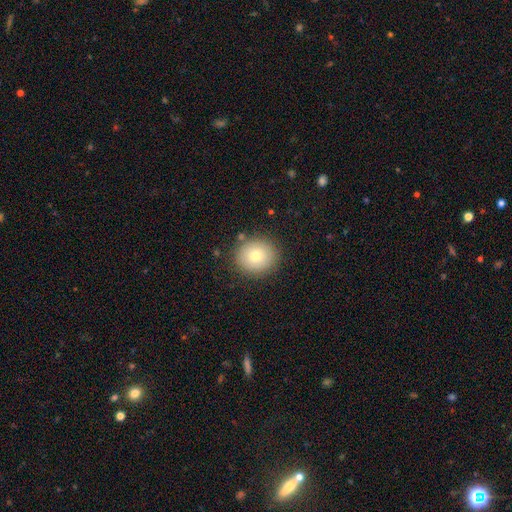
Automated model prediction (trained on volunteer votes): smooth_or_featured: smooth (p=0.75) [alt: featured or disk p=0.14]
how_rounded: round (p=0.87) [alt: in between p=0.12]
merging: none (p=0.86) [alt: minor disturbance p=0.09]